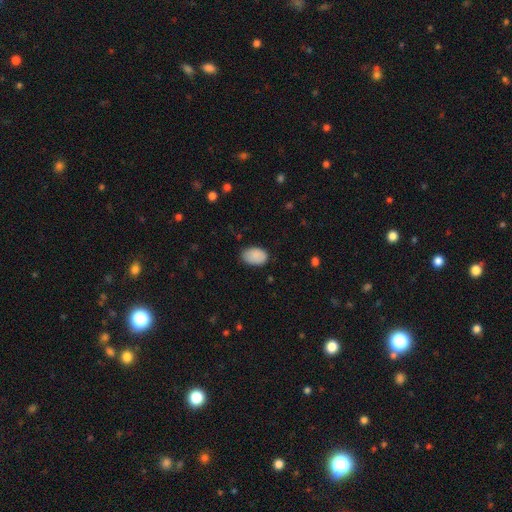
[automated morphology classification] Smooth or featured?
  - smooth: 89% *
  - star or artifact: 7%
  - featured or disk: 4%
How rounded?
  - in between: 89% *
  - round: 10%
  - cigar-shaped: 1%
Merging?
  - none: 79% *
  - minor disturbance: 16%
  - major disturbance: 3%
  - merger: 1%